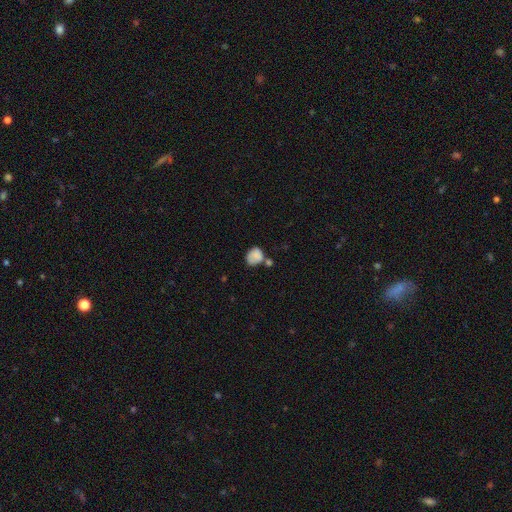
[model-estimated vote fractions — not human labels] Smooth or featured? Predicted: smooth (p=0.80). How rounded? Predicted: in between (p=0.51). Merging? Predicted: none (p=0.40).